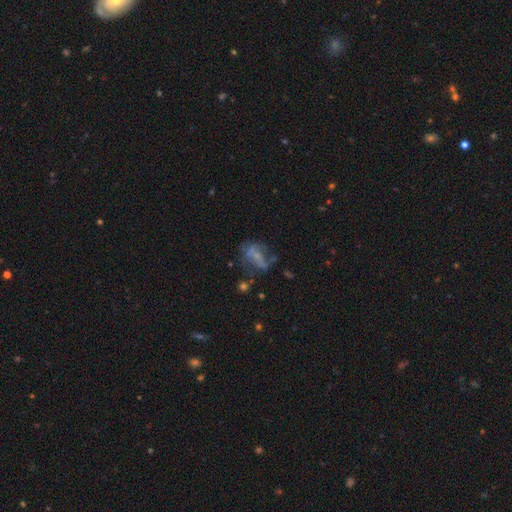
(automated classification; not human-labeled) Smooth or featured? Predicted: featured or disk (p=0.52). Edge-on disk? Predicted: no (p=0.94). Merging? Predicted: none (p=0.40).